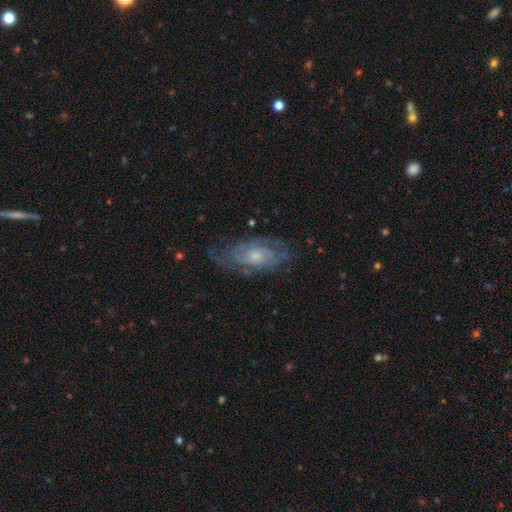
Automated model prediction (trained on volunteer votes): smooth_or_featured: featured or disk (p=0.77) [alt: smooth p=0.16]
disk_edge_on: no (p=0.93) [alt: yes p=0.07]
bar: no (p=0.71) [alt: weak p=0.25]
has_spiral_arms: yes (p=0.89) [alt: no p=0.11]
spiral_winding: tight (p=0.54) [alt: medium p=0.36]
spiral_arm_count: can't tell (p=0.39) [alt: 2 p=0.38]
bulge_size: small (p=0.49) [alt: moderate p=0.40]
merging: none (p=0.68) [alt: minor disturbance p=0.21]